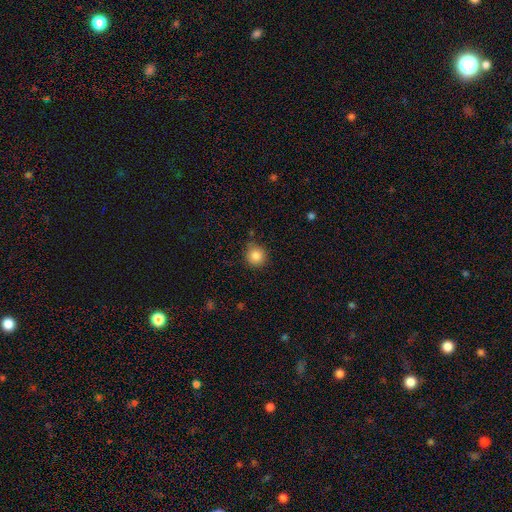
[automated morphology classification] The model was most divided on "merging": none: 78%, minor disturbance: 16%, major disturbance: 3%, merger: 2%. More confident: how rounded — round (91%); smooth or featured — smooth (86%).